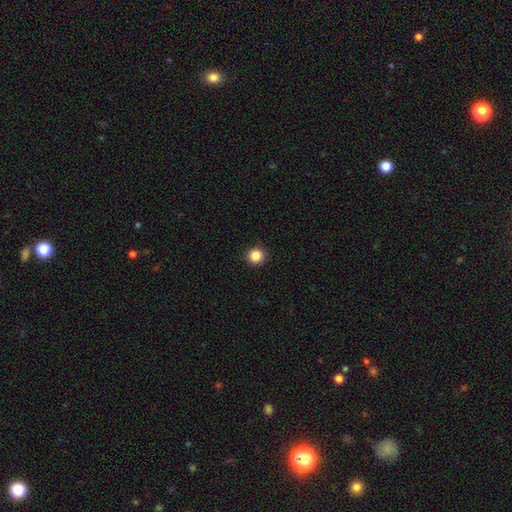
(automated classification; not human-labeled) Smooth or featured? smooth (86%)
How rounded? round (93%)
Merging? none (92%)